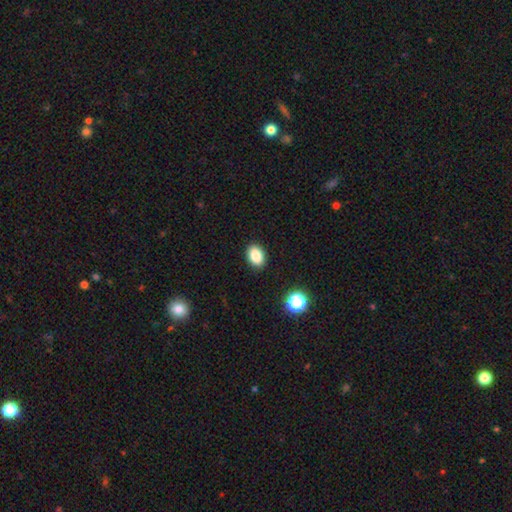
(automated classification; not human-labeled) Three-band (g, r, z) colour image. It shows a smooth galaxy with no disk features (86%) that is in between round and cigar-shaped (77%). Merging: none (90%).